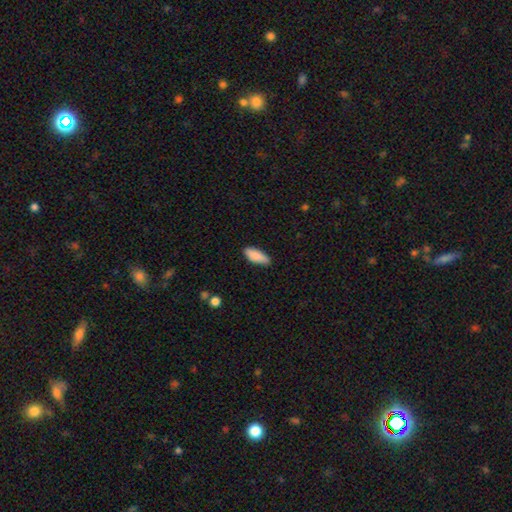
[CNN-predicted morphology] Overall: smooth (89%). How rounded: in between (73%). Merging: none (83%).